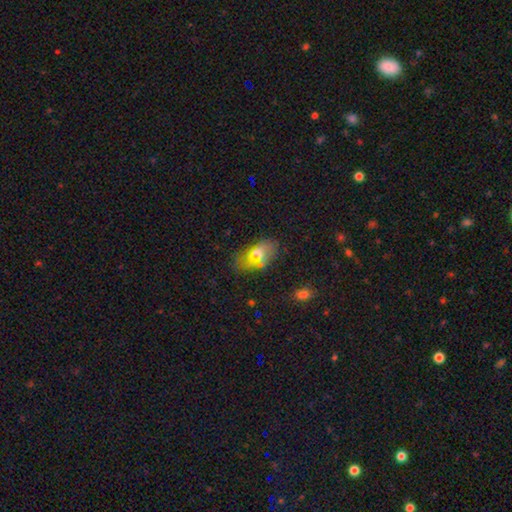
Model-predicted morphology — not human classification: smooth 54%, featured or disk 27%, star or artifact 19%. Down the decision tree: how rounded — in between (87%); merging — none (67%).